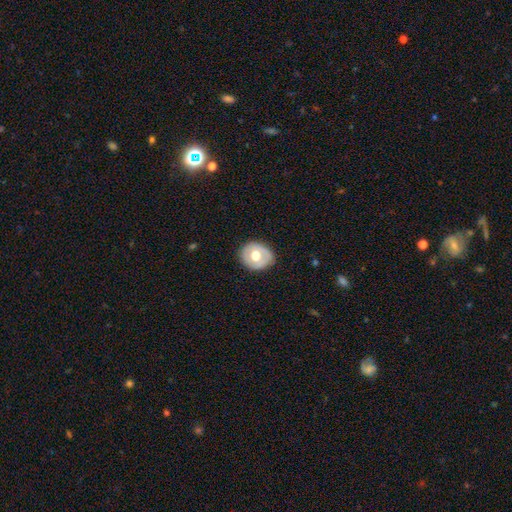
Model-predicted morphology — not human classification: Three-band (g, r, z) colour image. It shows a smooth galaxy with no disk features (53%) that is round (66%). Merging: none (83%).